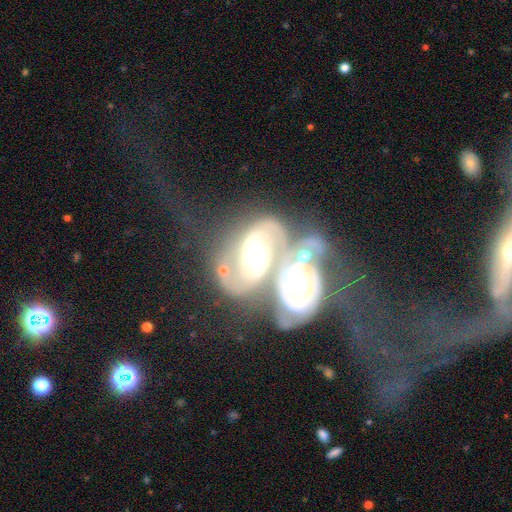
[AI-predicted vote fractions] Smooth or featured? featured or disk (85%)
Edge-on disk? no (95%)
Bar? strong (44%)
Spiral arms? yes (88%)
Spiral winding? medium (46%)
Spiral arm count? 2 (82%)
Bulge size? moderate (57%)
Merging? merger (78%)